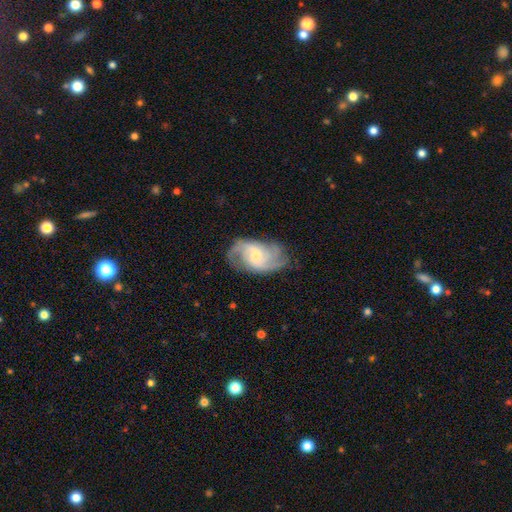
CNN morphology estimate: smooth-or-featured: featured or disk: 85% | smooth: 10% | star or artifact: 5%
  disk-edge-on: no: 97% | yes: 3%
    bar: no: 52% | weak: 40% | strong: 8%
    has-spiral-arms: yes: 97% | no: 3%
      spiral-winding: medium: 50% | tight: 31% | loose: 19%
      spiral-arm-count: 2: 42% | 3: 26% | can't tell: 16% | 4: 7% | 1: 4% | more than 4: 4%
    bulge-size: small: 55% | moderate: 39% | large: 2% | none: 2% | dominant: 1%
  merging: none: 73% | minor disturbance: 18% | major disturbance: 8% | merger: 1%